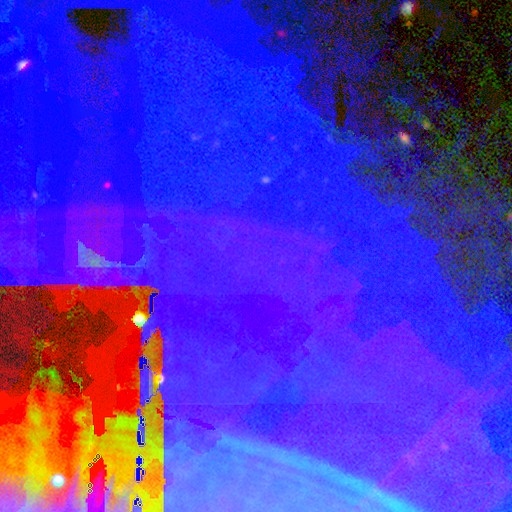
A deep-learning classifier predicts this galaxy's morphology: A star or artifact, not a galaxy (81%).